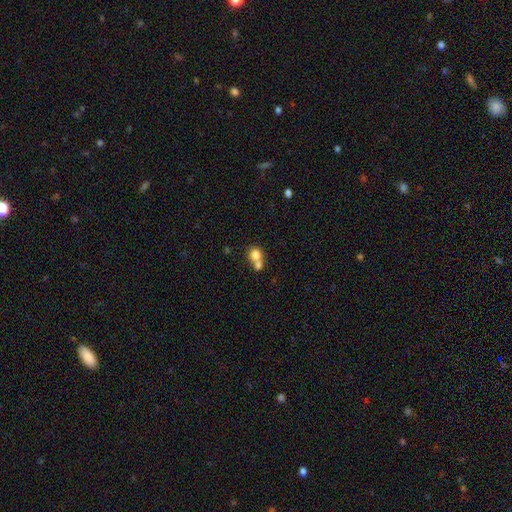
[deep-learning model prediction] Morphology: type=smooth (78%); roundness=round (71%); merging=merger (59%).